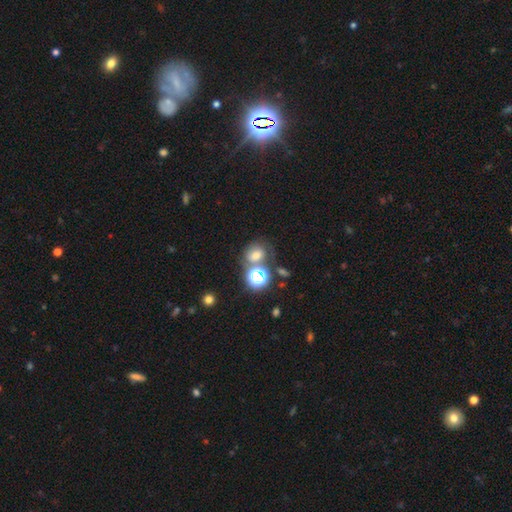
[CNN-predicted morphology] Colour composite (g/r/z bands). It shows a smooth galaxy with no disk features (61%) that is round (56%). Merging: none (49%).